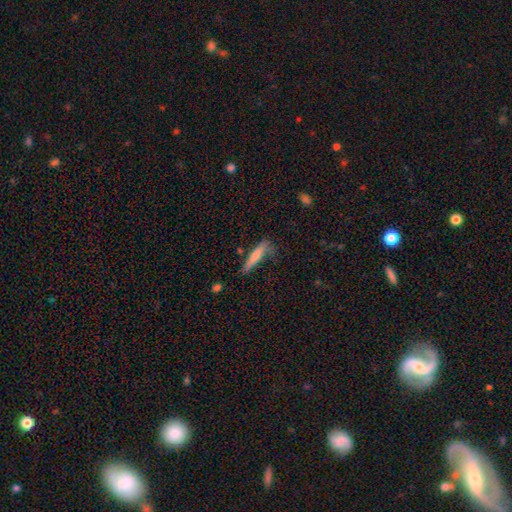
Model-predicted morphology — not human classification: Q: Smooth or featured?
A: smooth (68%); runner-up: featured or disk (26%)
Q: How rounded?
A: cigar-shaped (87%); runner-up: in between (11%)
Q: Merging?
A: none (66%); runner-up: minor disturbance (23%)